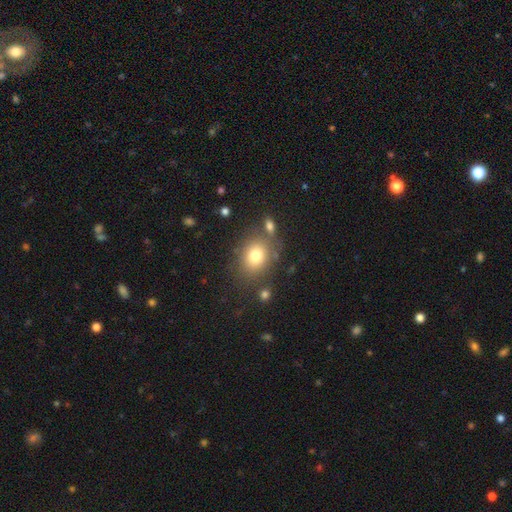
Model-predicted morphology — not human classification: A smooth galaxy with no disk features (78%) that is round (54%).

Vote fractions:
- Smooth or featured? smooth: 78% / star or artifact: 11% / featured or disk: 11%
- How rounded? round: 54% / in between: 45% / cigar-shaped: 1%
- Merging? none: 72% / minor disturbance: 12% / merger: 10% / major disturbance: 5%